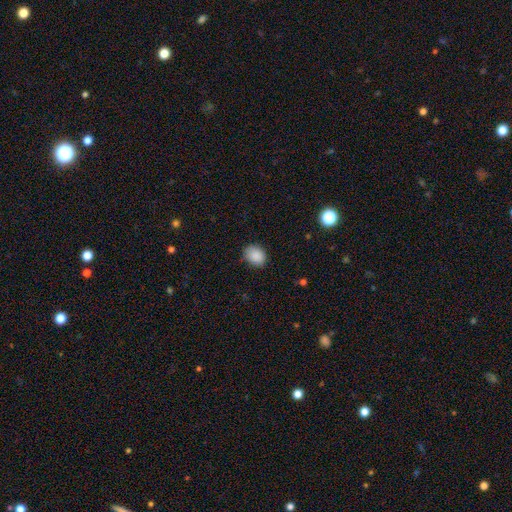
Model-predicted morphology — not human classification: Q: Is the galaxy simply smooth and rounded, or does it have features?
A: smooth — 88%.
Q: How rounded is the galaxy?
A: in between — 58%.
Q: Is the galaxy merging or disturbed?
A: none — 81%.